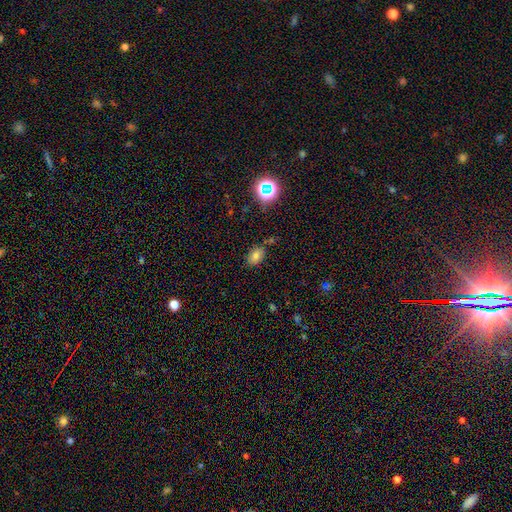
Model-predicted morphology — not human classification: This is likely a smooth galaxy (73%). How rounded: likely in between (79%). Merging: likely none (76%).